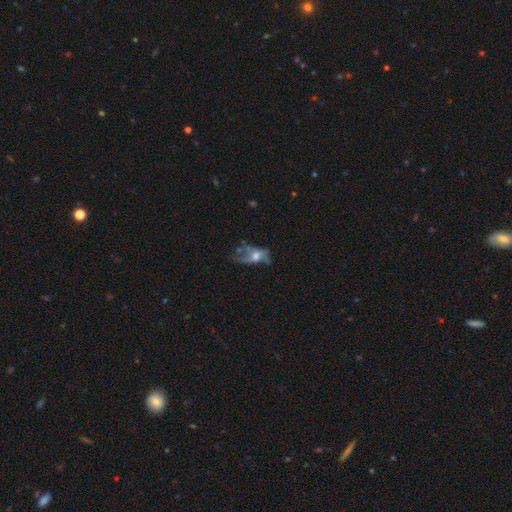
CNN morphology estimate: This is possibly a featured or disk galaxy (55%). It is clearly not viewed edge-on (91%). Bar: likely no (79%). Spiral arm pattern: likely no (66%). Central bulge: possibly moderate (55%). Merging: marginally major disturbance (43%).